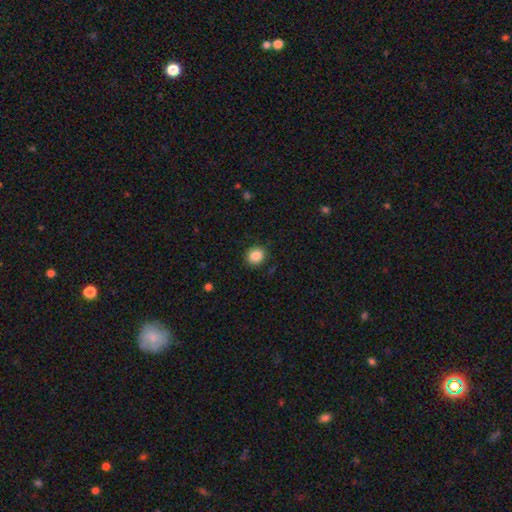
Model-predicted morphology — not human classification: This appears to be a smooth galaxy with no disk features (87%) that is round (72%). Merging: none (88%).